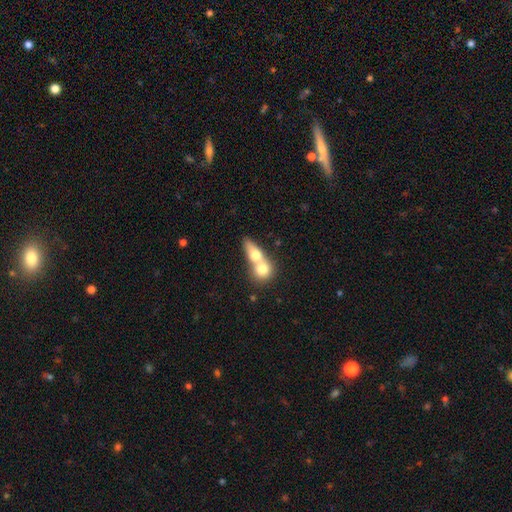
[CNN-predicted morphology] smooth-or-featured: smooth: 68% | featured or disk: 25% | star or artifact: 7%
  how-rounded: in between: 48% | round: 38% | cigar-shaped: 13%
  merging: merger: 74% | none: 17% | minor disturbance: 5% | major disturbance: 3%